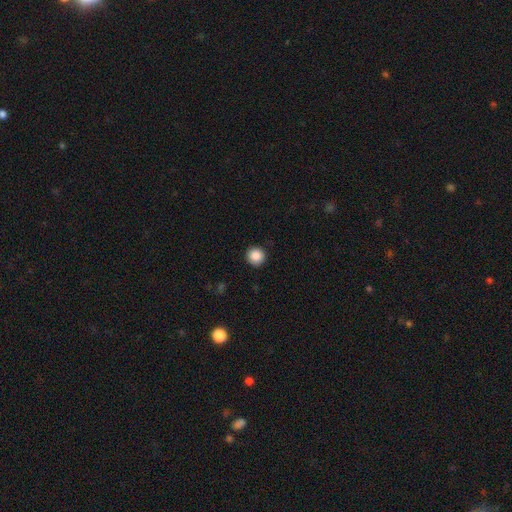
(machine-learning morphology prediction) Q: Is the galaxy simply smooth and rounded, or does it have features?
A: smooth — 87%.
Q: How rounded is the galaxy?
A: round — 95%.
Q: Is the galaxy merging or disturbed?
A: none — 92%.